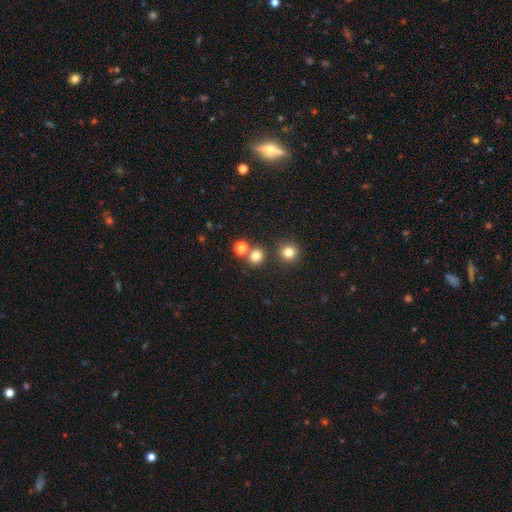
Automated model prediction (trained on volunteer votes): The model was most divided on "merging": none: 72%, merger: 17%, minor disturbance: 8%, major disturbance: 3%. More confident: how rounded — round (82%); smooth or featured — smooth (77%).